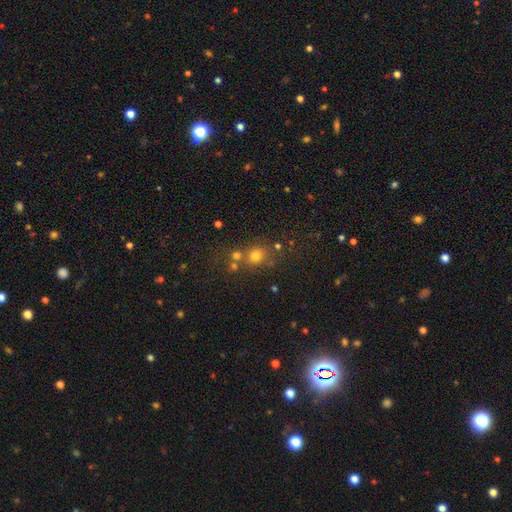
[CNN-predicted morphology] This appears to be a smooth galaxy with no disk features (69%) that is round (77%). Merging: none (62%).